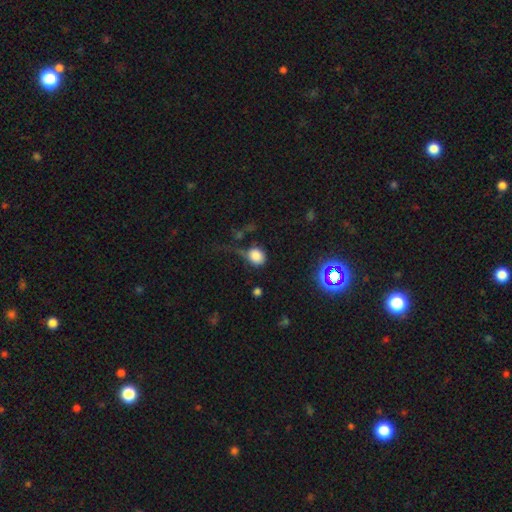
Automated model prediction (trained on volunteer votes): Morphology: type=smooth (80%); roundness=round (64%); merging=none (40%).